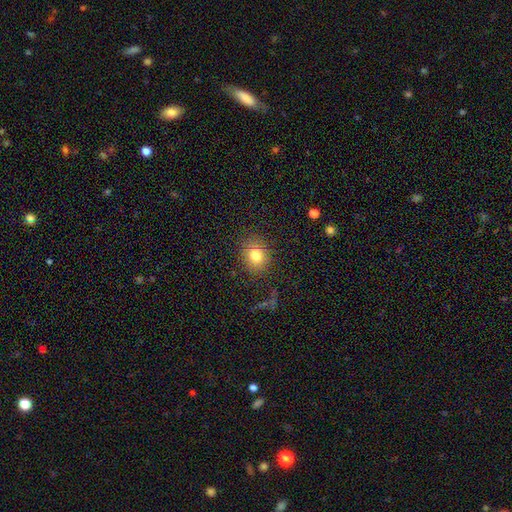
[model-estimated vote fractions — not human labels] This is likely a smooth galaxy (79%). How rounded: likely round (68%). Merging: clearly none (84%).